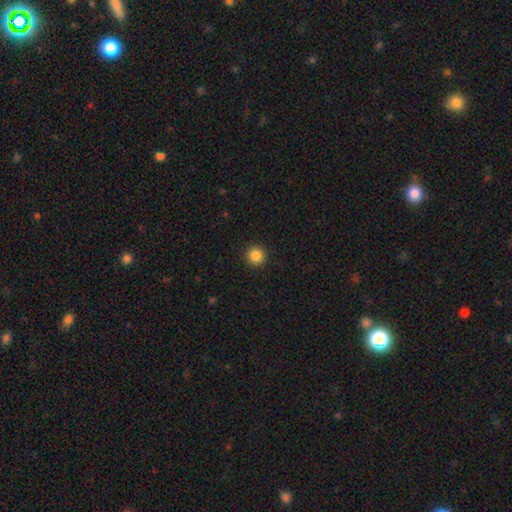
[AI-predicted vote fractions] This is clearly a smooth galaxy (87%). How rounded: clearly round (95%). Merging: clearly none (93%).